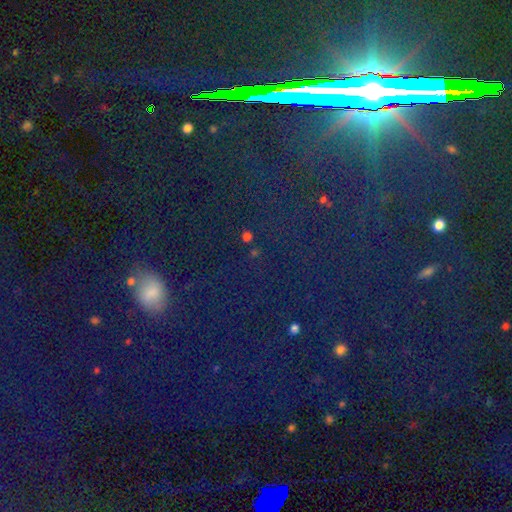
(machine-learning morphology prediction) Overall: star or artifact (65%).